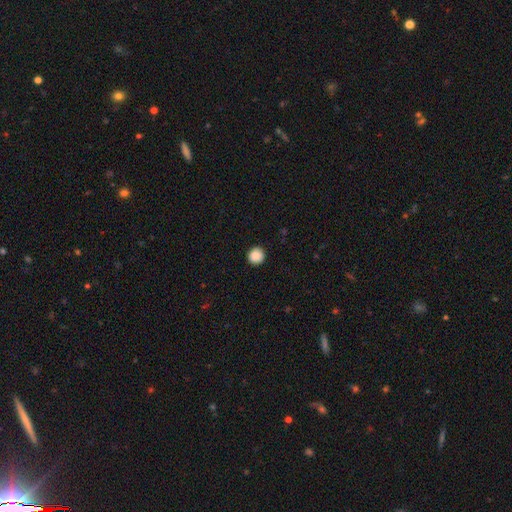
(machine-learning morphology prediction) This appears to be a smooth galaxy with no disk features (88%) that is round (94%). Merging: none (93%).